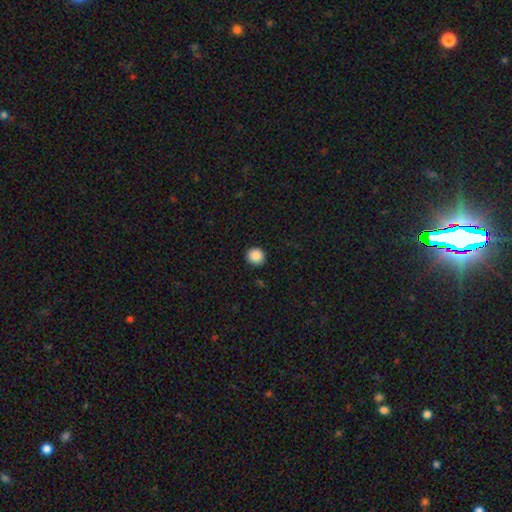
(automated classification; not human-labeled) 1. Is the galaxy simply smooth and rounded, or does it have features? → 88% smooth, 9% star or artifact, 2% featured or disk.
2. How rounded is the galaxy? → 91% round, 8% in between, 1% cigar-shaped.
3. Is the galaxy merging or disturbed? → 92% none, 5% minor disturbance, 2% major disturbance, 1% merger.